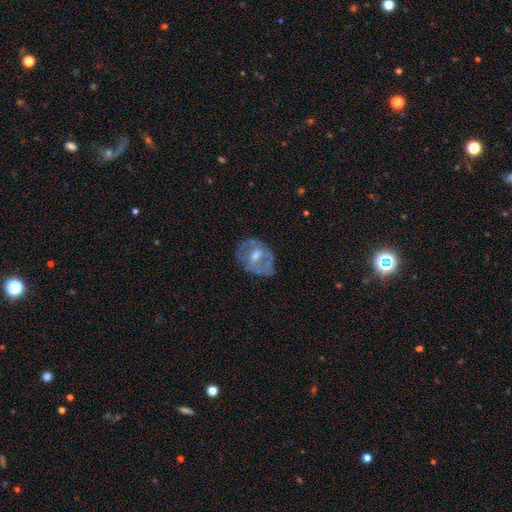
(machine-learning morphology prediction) The model was most divided on "bar": no: 58%, weak: 32%, strong: 10%. More confident: edge-on disk — no (95%); spiral arms — no (71%); bulge size — moderate (65%); merging — none (62%); smooth or featured — featured or disk (59%).